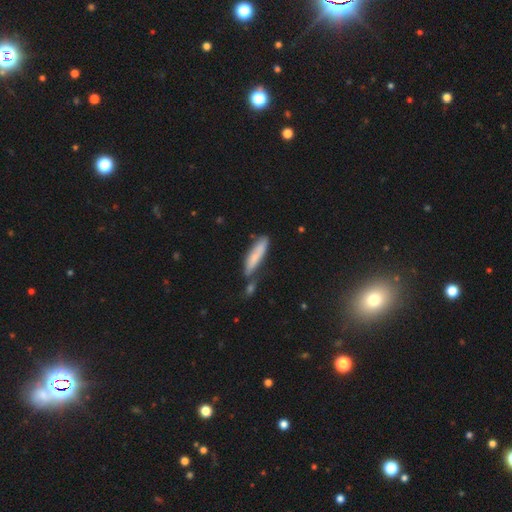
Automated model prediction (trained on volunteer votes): Q: Smooth or featured?
A: smooth (72%); runner-up: featured or disk (21%)
Q: How rounded?
A: cigar-shaped (80%); runner-up: in between (19%)
Q: Merging?
A: none (56%); runner-up: minor disturbance (20%)